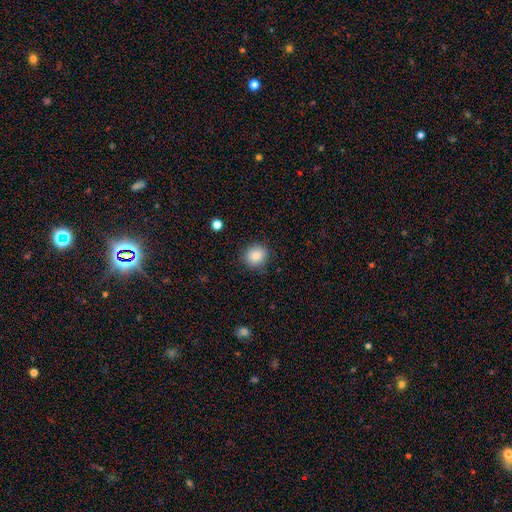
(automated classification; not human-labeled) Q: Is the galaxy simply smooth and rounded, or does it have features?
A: smooth — 84%.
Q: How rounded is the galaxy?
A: round — 85%.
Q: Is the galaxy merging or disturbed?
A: none — 88%.